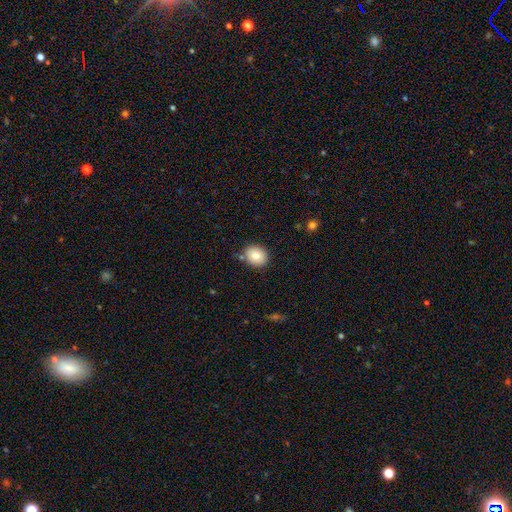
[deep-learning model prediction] Q: Smooth or featured?
A: smooth (81%); runner-up: featured or disk (10%)
Q: How rounded?
A: round (66%); runner-up: in between (33%)
Q: Merging?
A: none (84%); runner-up: minor disturbance (10%)